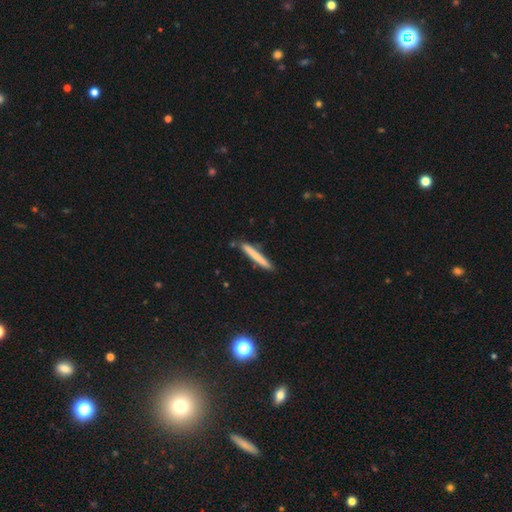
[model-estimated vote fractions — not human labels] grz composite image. It shows a smooth galaxy with no disk features (72%) that is cigar-shaped (96%). Merging: none (86%).